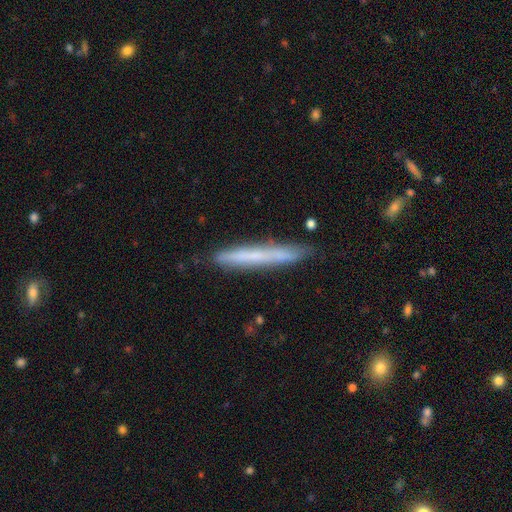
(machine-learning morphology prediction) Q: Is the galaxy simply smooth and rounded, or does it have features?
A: smooth — 56%.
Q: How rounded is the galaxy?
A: cigar-shaped — 97%.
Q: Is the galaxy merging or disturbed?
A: none — 84%.